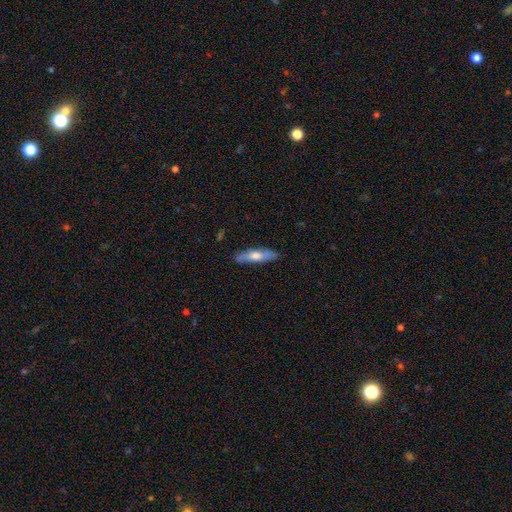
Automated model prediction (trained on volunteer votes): This appears to be a smooth galaxy with no disk features (56%) that is cigar-shaped (75%). Merging: none (86%).